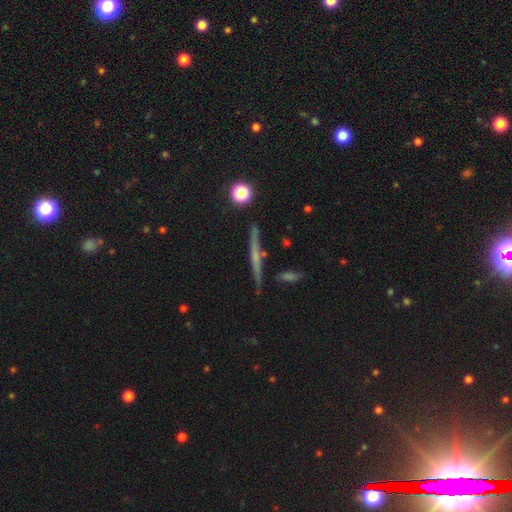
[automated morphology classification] This is possibly a featured or disk galaxy (56%). It is clearly viewed edge-on (96%). Edge-on bulge: likely none (65%). Merging: clearly none (83%).